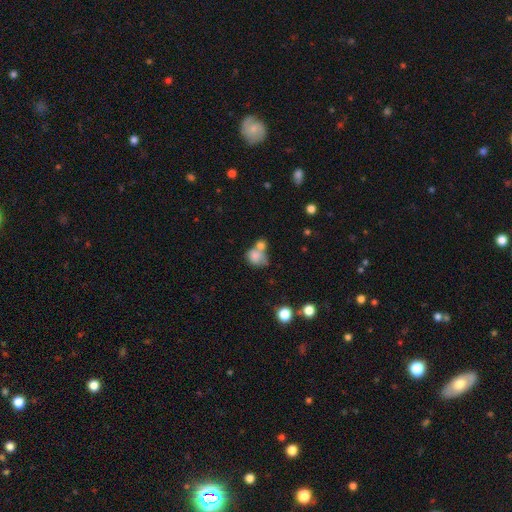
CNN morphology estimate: smooth 79%, featured or disk 11%, star or artifact 10%. Down the decision tree: how rounded — round (59%); merging — merger (51%).